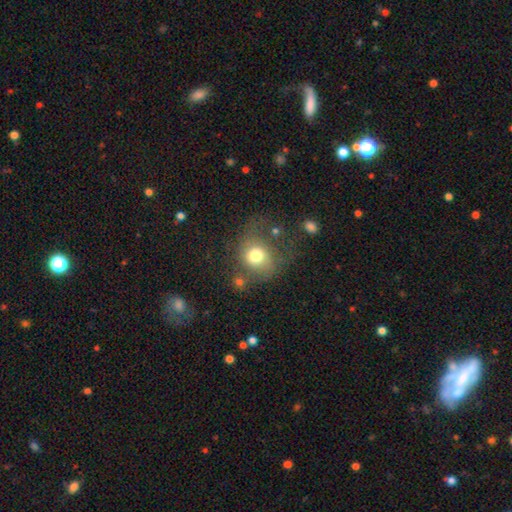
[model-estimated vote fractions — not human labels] This is likely a smooth galaxy (65%). How rounded: likely round (73%). Merging: marginally none (44%).